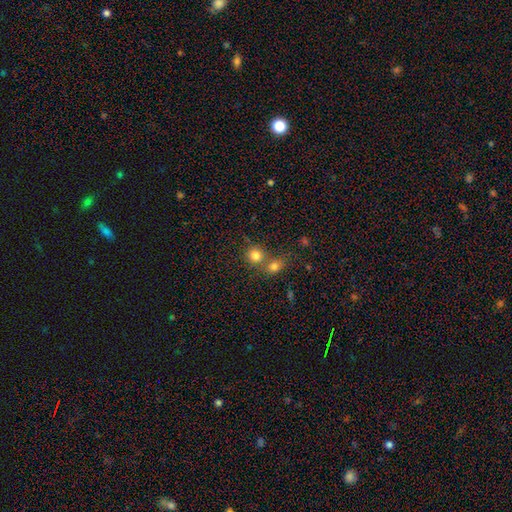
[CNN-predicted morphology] This appears to be a smooth galaxy with no disk features (80%) that is round (87%). Merging: none (52%).